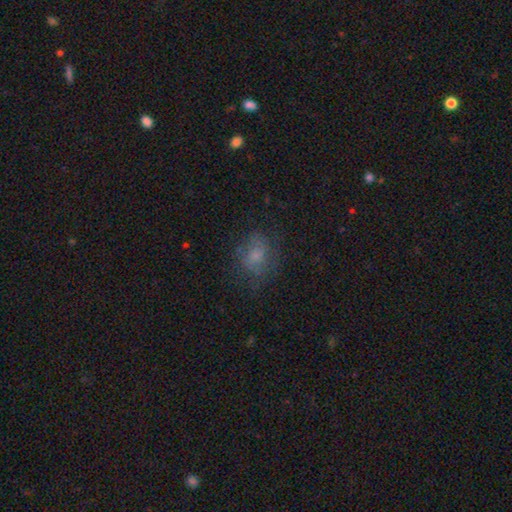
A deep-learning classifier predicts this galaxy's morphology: The model was most divided on "how rounded": round: 52%, in between: 47%, cigar-shaped: 1%. More confident: merging — none (64%); smooth or featured — smooth (62%).